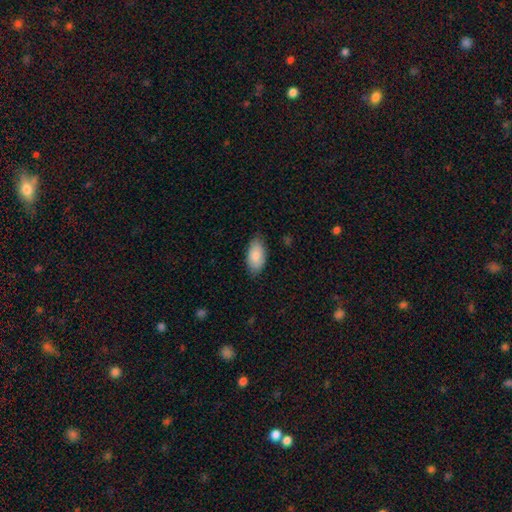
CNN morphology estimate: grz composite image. It shows a smooth galaxy with no disk features (83%) that is in between round and cigar-shaped (94%). Merging: none (81%).